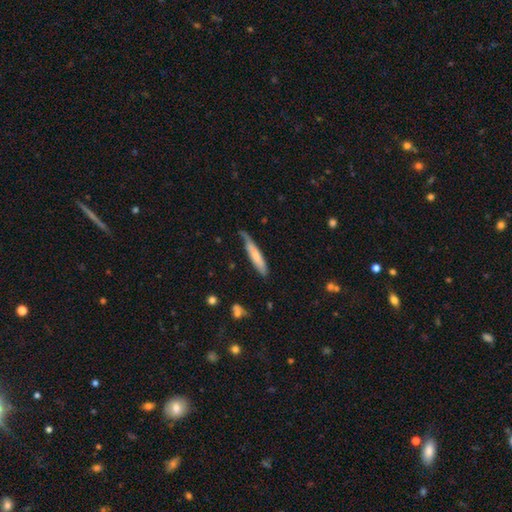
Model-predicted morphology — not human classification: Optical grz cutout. It shows a smooth galaxy with no disk features (66%) that is cigar-shaped (89%). Merging: none (57%).